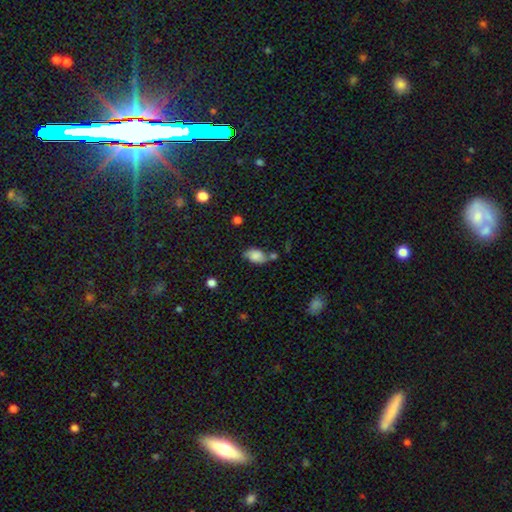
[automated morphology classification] Smooth or featured? Predicted: smooth (p=0.74). How rounded? Predicted: in between (p=0.89). Merging? Predicted: none (p=0.49).